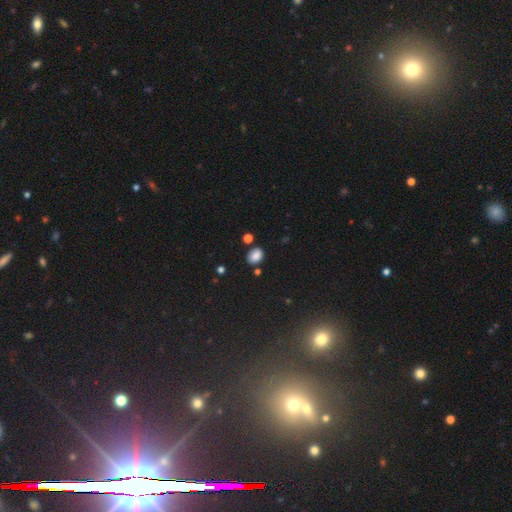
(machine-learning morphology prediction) A smooth galaxy with no disk features (83%) that is in between round and cigar-shaped (72%).

Vote fractions:
- Smooth or featured? smooth: 83% / star or artifact: 12% / featured or disk: 6%
- How rounded? in between: 72% / round: 27% / cigar-shaped: 1%
- Merging? none: 76% / minor disturbance: 14% / merger: 7% / major disturbance: 3%